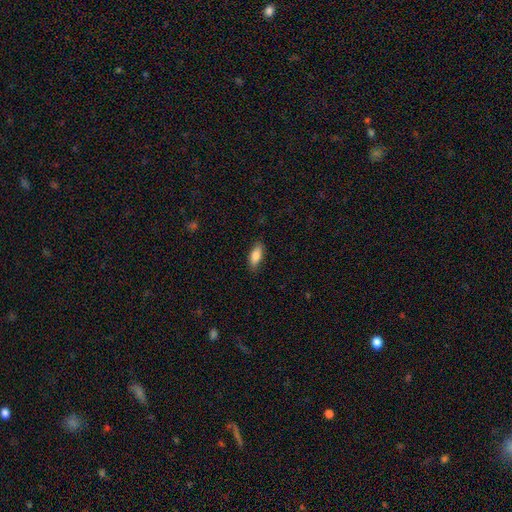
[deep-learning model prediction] A smooth galaxy with no disk features (83%) that is in between round and cigar-shaped (76%).

Vote fractions:
- Smooth or featured? smooth: 83% / featured or disk: 10% / star or artifact: 7%
- How rounded? in between: 76% / cigar-shaped: 22% / round: 2%
- Merging? none: 85% / minor disturbance: 12% / major disturbance: 3% / merger: 1%